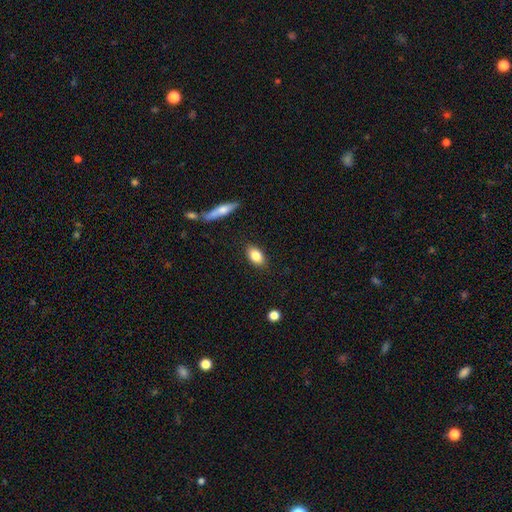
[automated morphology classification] Q: Smooth or featured?
A: smooth (82%); runner-up: featured or disk (10%)
Q: How rounded?
A: in between (87%); runner-up: round (9%)
Q: Merging?
A: none (87%); runner-up: minor disturbance (9%)